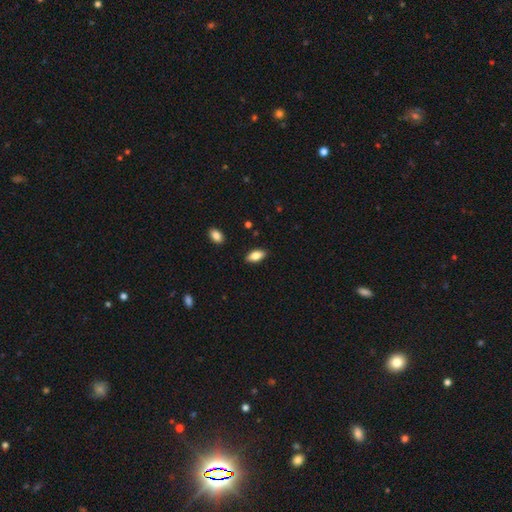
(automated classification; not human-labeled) Q: Smooth or featured?
A: smooth (79%); runner-up: featured or disk (14%)
Q: How rounded?
A: in between (87%); runner-up: cigar-shaped (10%)
Q: Merging?
A: none (87%); runner-up: minor disturbance (9%)